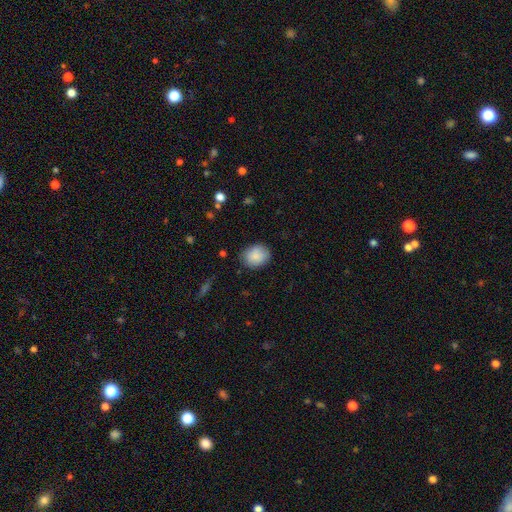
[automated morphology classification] Smooth or featured? Predicted: smooth (p=0.88). How rounded? Predicted: round (p=0.54). Merging? Predicted: none (p=0.82).